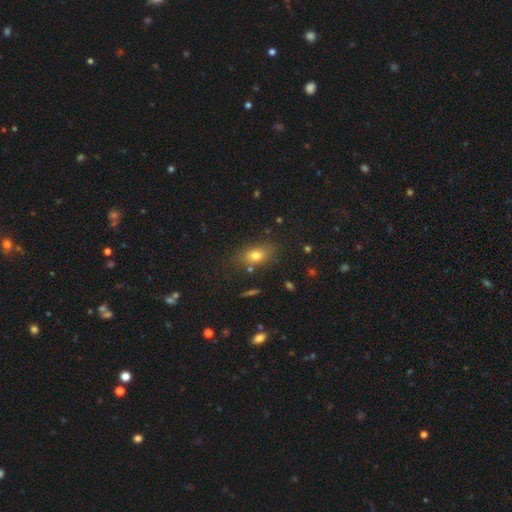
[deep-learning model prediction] Smooth or featured?
  - smooth: 73% *
  - featured or disk: 14%
  - star or artifact: 13%
How rounded?
  - in between: 77% *
  - round: 16%
  - cigar-shaped: 7%
Merging?
  - none: 78% *
  - minor disturbance: 14%
  - major disturbance: 4%
  - merger: 4%